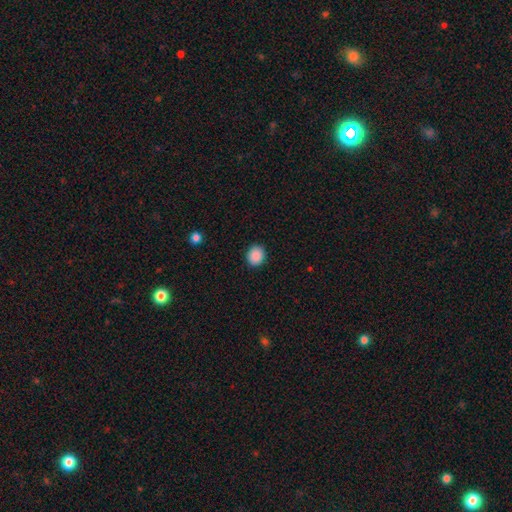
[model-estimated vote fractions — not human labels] A smooth galaxy with no disk features (90%) that is round (72%). Merging: none (91%).